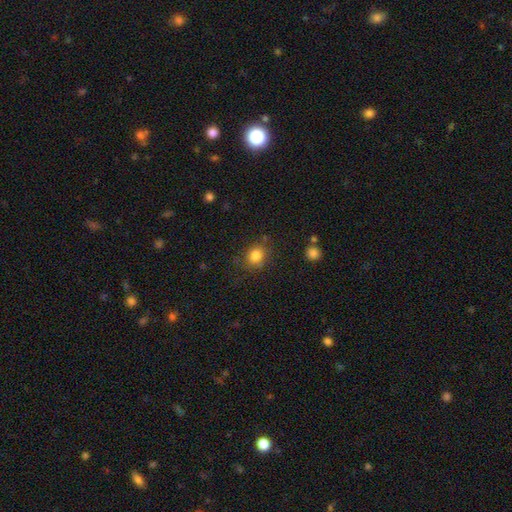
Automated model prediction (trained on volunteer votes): Q: Smooth or featured?
A: smooth (83%); runner-up: star or artifact (11%)
Q: How rounded?
A: round (76%); runner-up: in between (23%)
Q: Merging?
A: none (78%); runner-up: minor disturbance (14%)